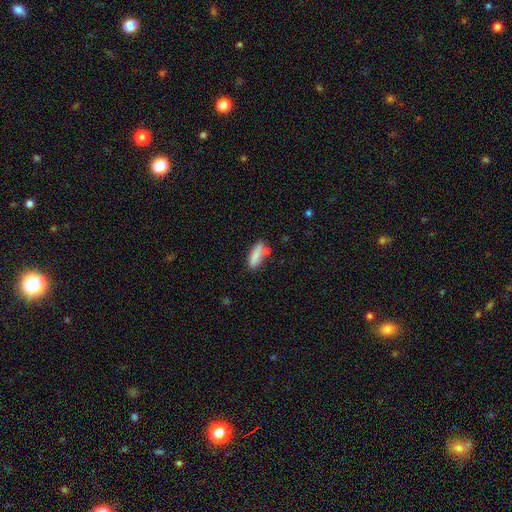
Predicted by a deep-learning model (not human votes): This is clearly a smooth galaxy (82%). How rounded: possibly in between (55%). Merging: possibly none (58%).